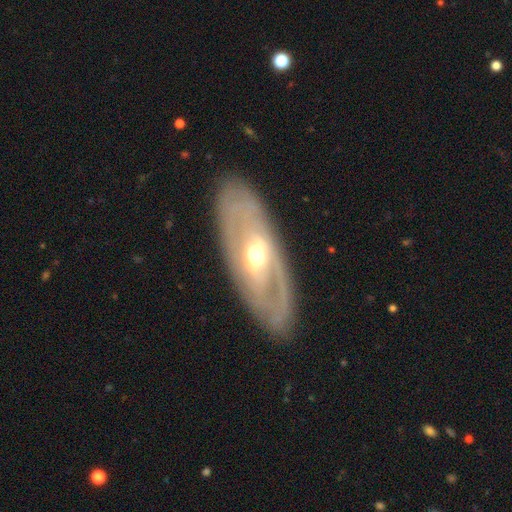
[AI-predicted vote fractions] Morphology: type=featured or disk (79%); edge-on=no (83%); bar=no (42%); spiral arms=yes (69%); bulge=moderate (70%); merging=none (82%).